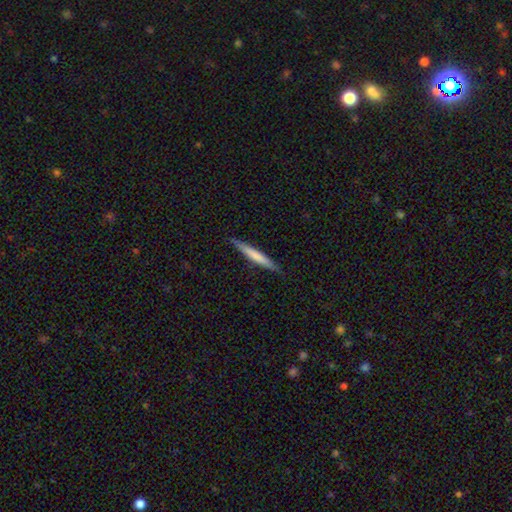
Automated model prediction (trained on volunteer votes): Smooth or featured? smooth (64%)
How rounded? cigar-shaped (95%)
Merging? none (88%)